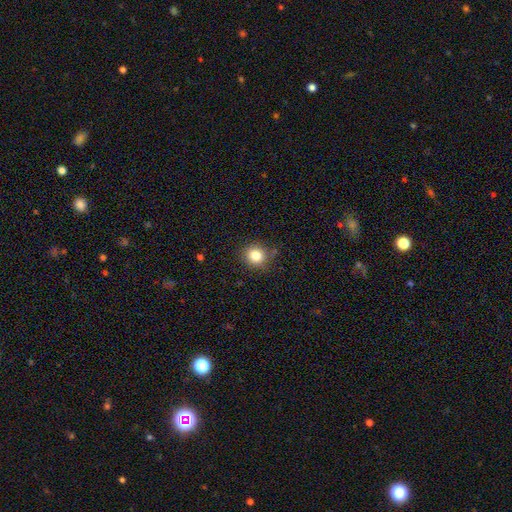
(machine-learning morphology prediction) smooth_or_featured: smooth (p=0.83) [alt: star or artifact p=0.12]
how_rounded: round (p=0.88) [alt: in between p=0.11]
merging: none (p=0.85) [alt: minor disturbance p=0.10]